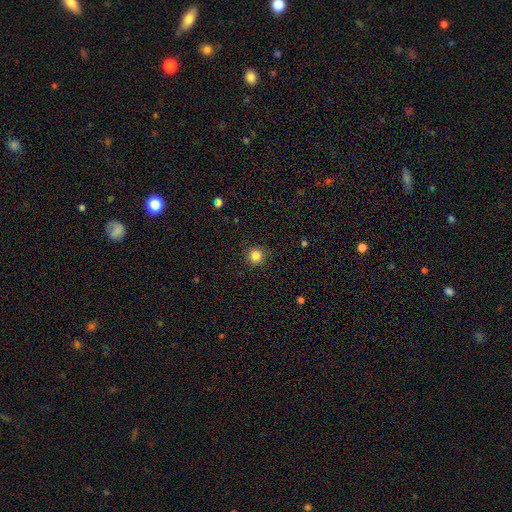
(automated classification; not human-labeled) The model was most divided on "smooth or featured": smooth: 85%, star or artifact: 11%, featured or disk: 4%. More confident: how rounded — round (95%); merging — none (90%).